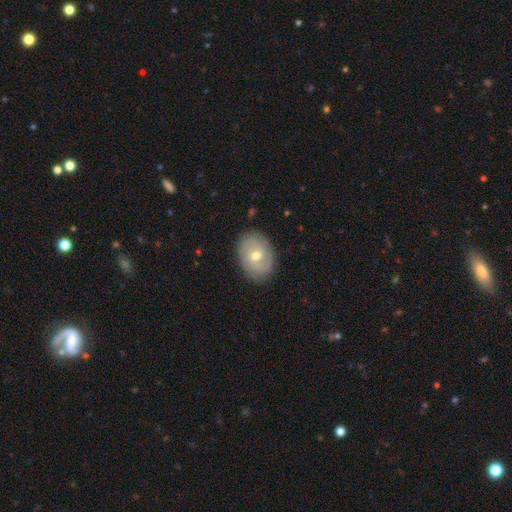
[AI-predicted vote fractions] Smooth or featured: featured or disk — 48% (smooth — 44%)
Merging: none — 83% (minor disturbance — 13%)